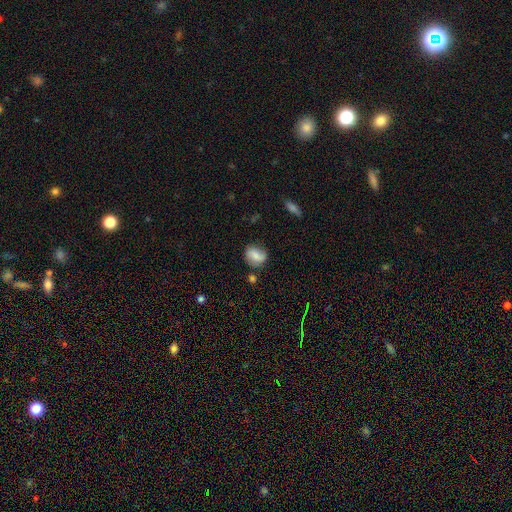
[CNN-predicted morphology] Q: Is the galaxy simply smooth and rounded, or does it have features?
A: smooth — 65%.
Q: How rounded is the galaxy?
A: in between — 51%.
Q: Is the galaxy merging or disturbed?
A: none — 67%.